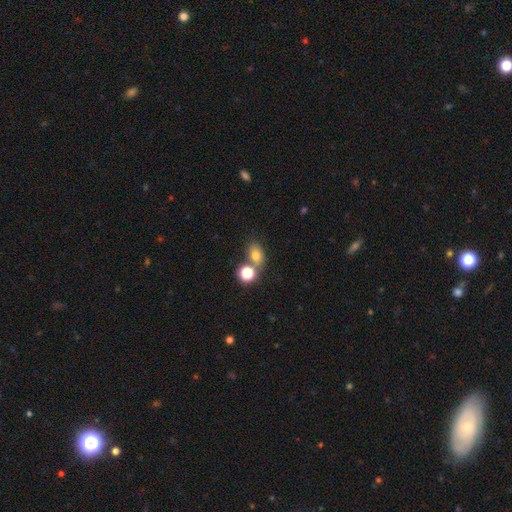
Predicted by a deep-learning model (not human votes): smooth 76%, star or artifact 15%, featured or disk 10%. Down the decision tree: how rounded — in between (64%); merging — none (54%).